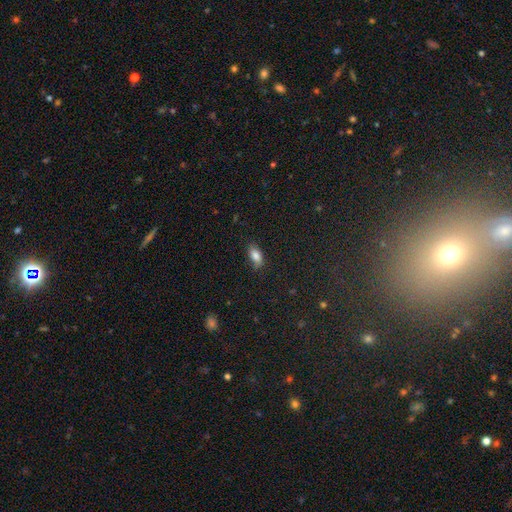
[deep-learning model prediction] smooth 83%, featured or disk 9%, star or artifact 9%. Down the decision tree: how rounded — in between (89%); merging — none (78%).